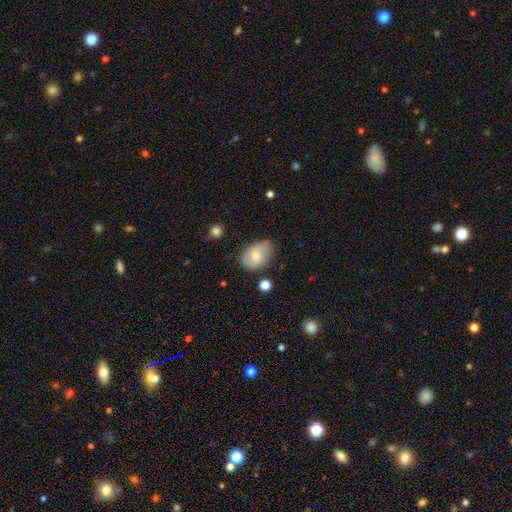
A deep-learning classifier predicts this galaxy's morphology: This appears to be a smooth galaxy with no disk features (64%) that is in between round and cigar-shaped (79%). Merging: none (65%).